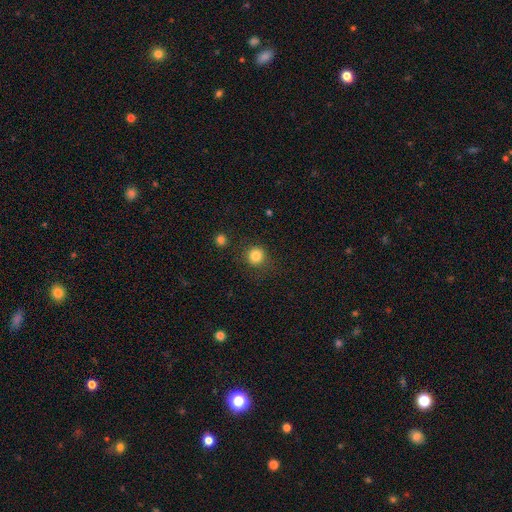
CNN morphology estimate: smooth_or_featured: smooth (p=0.83) [alt: star or artifact p=0.12]
how_rounded: round (p=0.93) [alt: in between p=0.06]
merging: none (p=0.86) [alt: minor disturbance p=0.08]